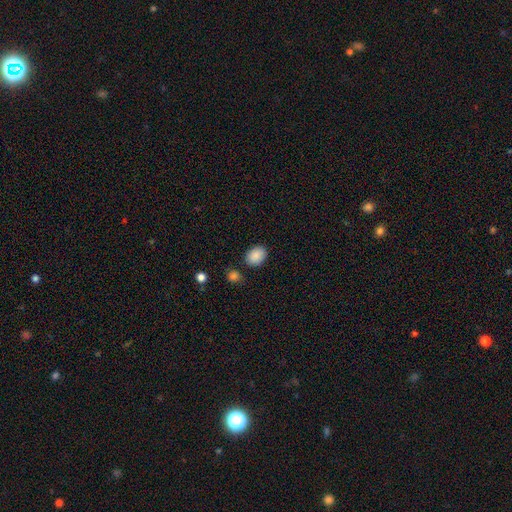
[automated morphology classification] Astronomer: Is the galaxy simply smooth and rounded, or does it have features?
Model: smooth — 88%.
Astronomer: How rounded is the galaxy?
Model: in between — 68%.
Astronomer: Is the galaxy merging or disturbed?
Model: none — 81%.